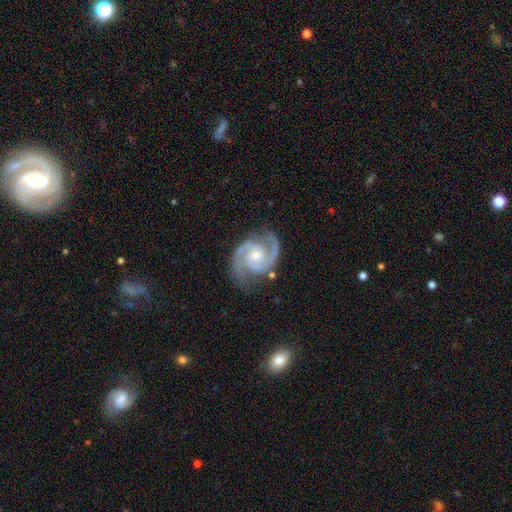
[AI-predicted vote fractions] smooth_or_featured: featured or disk (p=0.93) [alt: star or artifact p=0.04]
disk_edge_on: no (p=0.98) [alt: yes p=0.02]
bar: no (p=0.60) [alt: weak p=0.32]
has_spiral_arms: yes (p=0.99) [alt: no p=0.01]
spiral_winding: medium (p=0.54) [alt: tight p=0.40]
spiral_arm_count: 2 (p=0.93) [alt: 3 p=0.02]
bulge_size: small (p=0.51) [alt: moderate p=0.43]
merging: none (p=0.80) [alt: minor disturbance p=0.15]